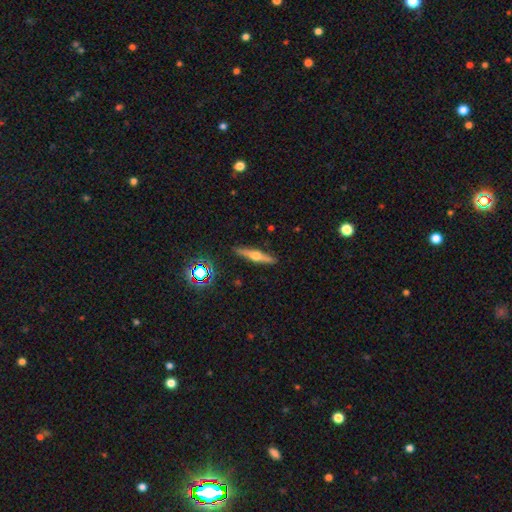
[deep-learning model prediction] Smooth or featured?
  - featured or disk: 63% *
  - smooth: 29%
  - star or artifact: 8%
Edge-on disk?
  - yes: 96% *
  - no: 4%
Edge-on bulge?
  - rounded: 93% *
  - boxy: 4%
  - none: 4%
Merging?
  - none: 90% *
  - minor disturbance: 7%
  - major disturbance: 2%
  - merger: 1%